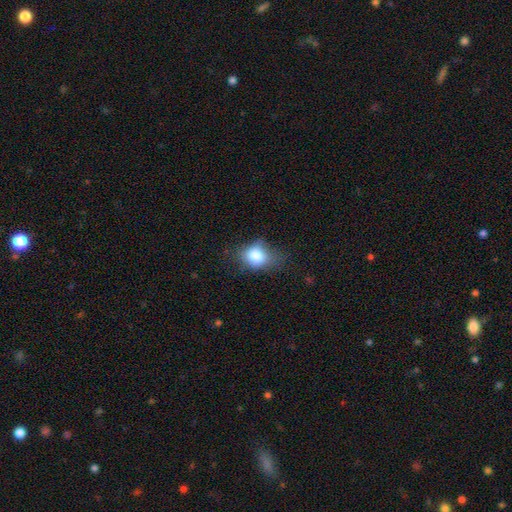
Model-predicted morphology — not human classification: This appears to be a smooth galaxy with no disk features (79%) that is in between round and cigar-shaped (58%). Merging: none (42%).